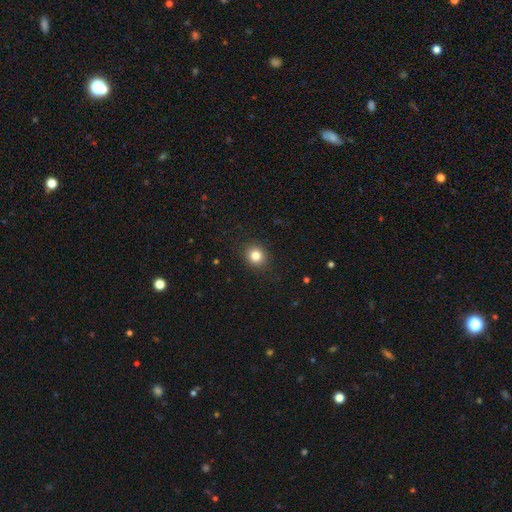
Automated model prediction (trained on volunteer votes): Smooth or featured: smooth — 83% (star or artifact — 11%)
How rounded: round — 83% (in between — 16%)
Merging: none — 90% (minor disturbance — 7%)